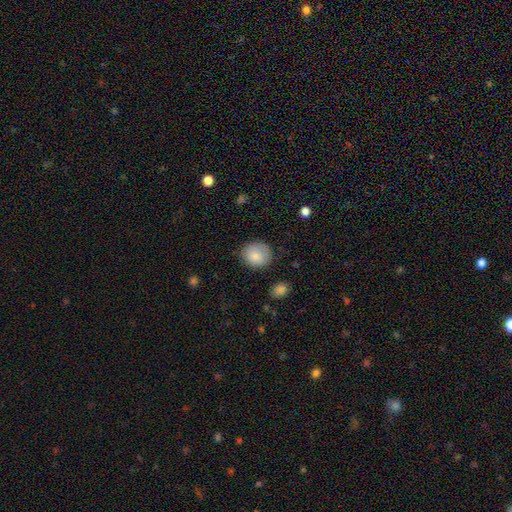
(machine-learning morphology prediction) Smooth or featured: smooth — 84% (featured or disk — 9%)
How rounded: round — 77% (in between — 22%)
Merging: none — 78% (minor disturbance — 16%)